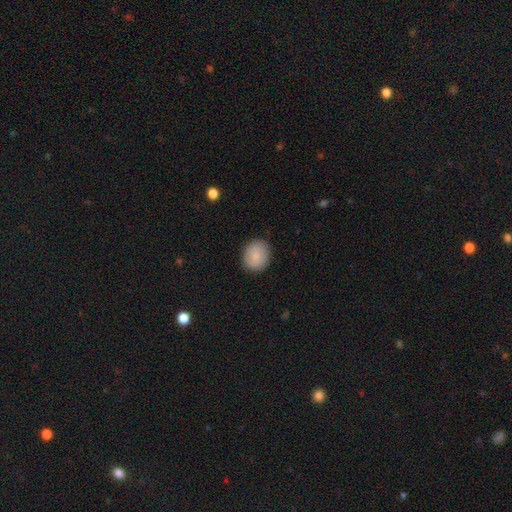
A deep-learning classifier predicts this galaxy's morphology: smooth 82%, featured or disk 11%, star or artifact 7%. Down the decision tree: how rounded — round (73%); merging — none (87%).